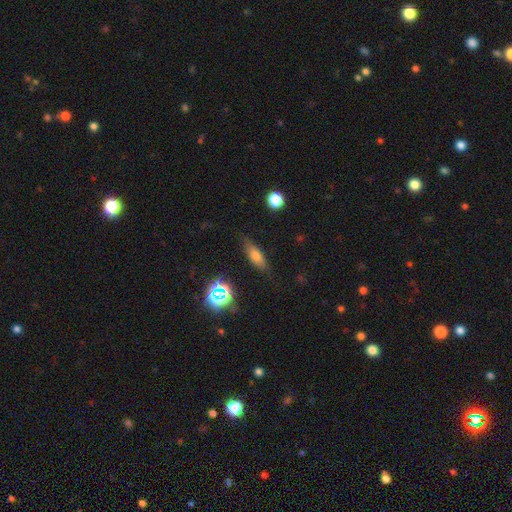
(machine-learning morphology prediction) Smooth or featured? smooth (68%)
How rounded? in between (60%)
Merging? none (78%)